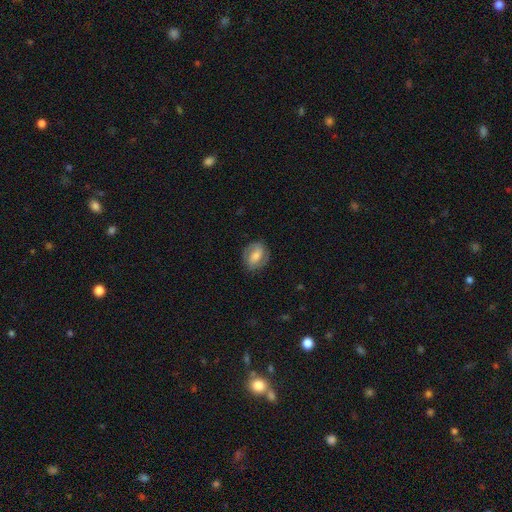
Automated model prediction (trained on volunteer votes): The model was most divided on "bar": weak: 43%, strong: 31%, no: 27%. More confident: edge-on disk — no (95%); merging — none (80%); spiral arms — yes (79%); smooth or featured — featured or disk (52%); bulge size — moderate (50%).